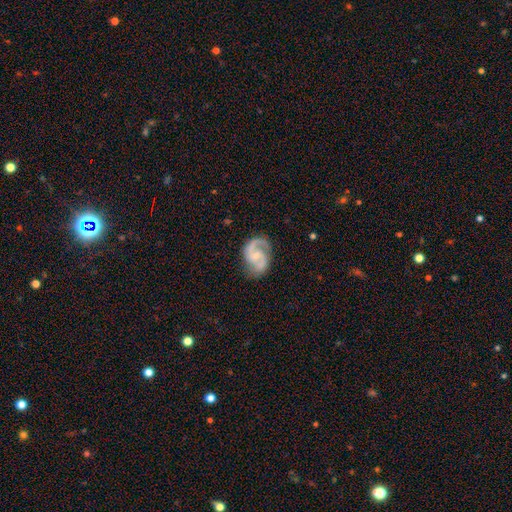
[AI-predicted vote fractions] Q: Smooth or featured?
A: featured or disk (88%); runner-up: smooth (7%)
Q: Edge-on disk?
A: no (98%); runner-up: yes (2%)
Q: Bar?
A: no (50%); runner-up: weak (41%)
Q: Spiral arms?
A: yes (97%); runner-up: no (3%)
Q: Spiral winding?
A: medium (57%); runner-up: tight (22%)
Q: Spiral arm count?
A: 2 (89%); runner-up: 1 (5%)
Q: Bulge size?
A: small (59%); runner-up: moderate (26%)
Q: Merging?
A: none (72%); runner-up: minor disturbance (19%)